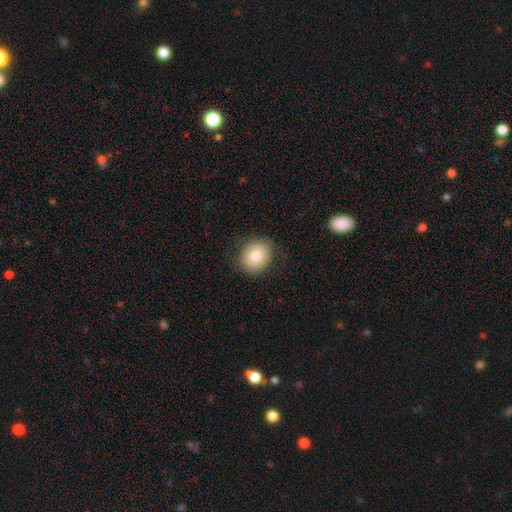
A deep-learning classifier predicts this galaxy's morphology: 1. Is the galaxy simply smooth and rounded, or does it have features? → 79% smooth, 13% featured or disk, 8% star or artifact.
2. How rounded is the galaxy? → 66% round, 33% in between, 1% cigar-shaped.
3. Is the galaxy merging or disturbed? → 82% none, 13% minor disturbance, 4% major disturbance, 1% merger.